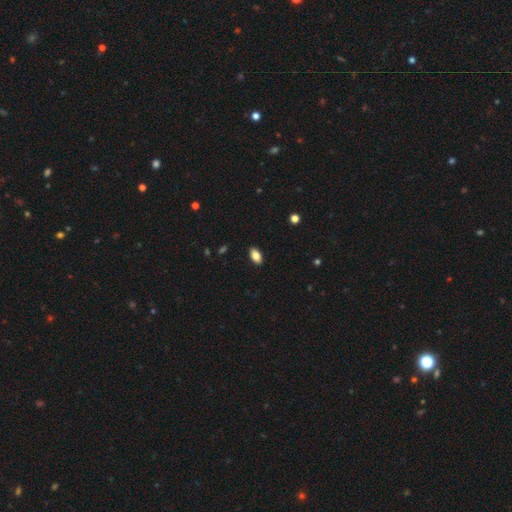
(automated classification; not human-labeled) Morphology: type=smooth (84%); roundness=in between (92%); merging=none (89%).